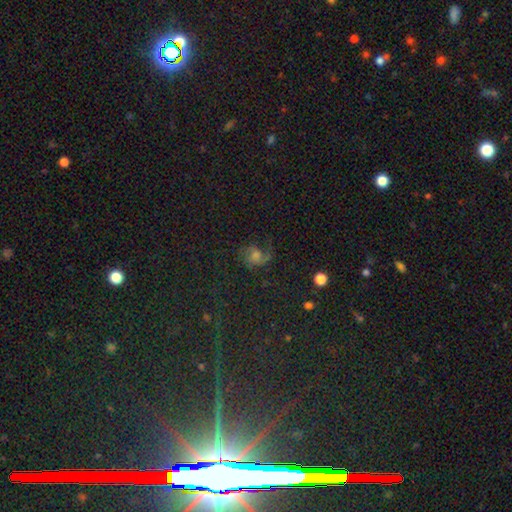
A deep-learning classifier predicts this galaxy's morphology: Overall: featured or disk (44%; star or artifact 28%). Merging: none (54%; major disturbance 23%).